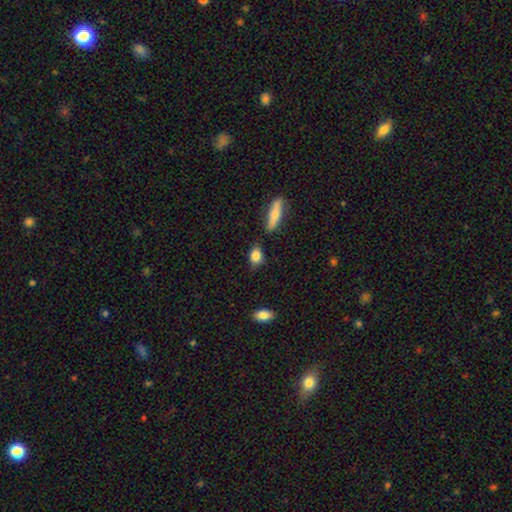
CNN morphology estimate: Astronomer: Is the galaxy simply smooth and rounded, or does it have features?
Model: smooth — 83%.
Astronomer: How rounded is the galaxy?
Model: in between — 71%.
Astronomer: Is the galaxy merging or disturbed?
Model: none — 72%.